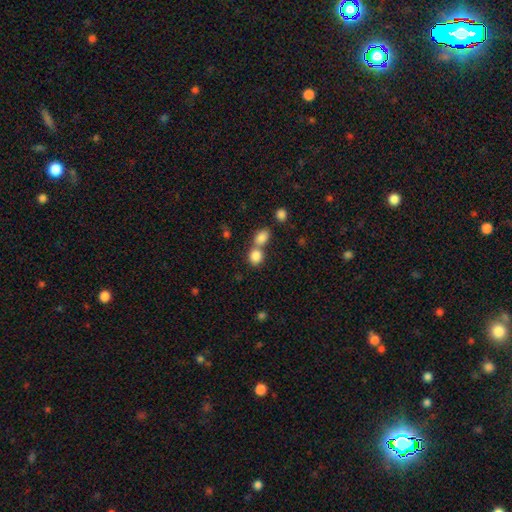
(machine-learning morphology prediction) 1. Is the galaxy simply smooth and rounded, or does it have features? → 85% smooth, 9% star or artifact, 6% featured or disk.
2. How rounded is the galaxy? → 62% round, 37% in between, 1% cigar-shaped.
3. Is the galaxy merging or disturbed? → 49% merger, 40% none, 7% minor disturbance, 3% major disturbance.